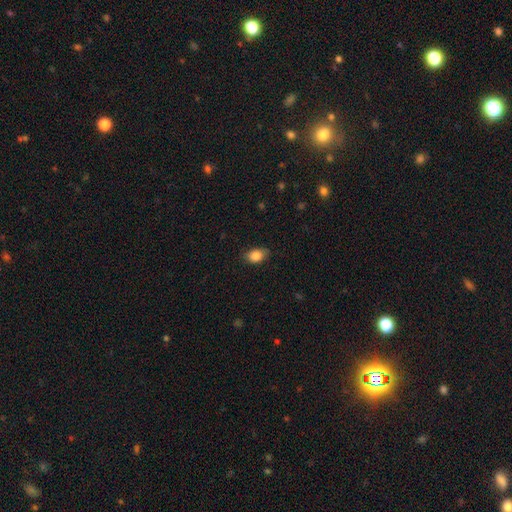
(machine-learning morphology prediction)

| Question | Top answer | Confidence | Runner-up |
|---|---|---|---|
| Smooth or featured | smooth | 85% | star or artifact (8%) |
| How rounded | in between | 80% | round (18%) |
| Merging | none | 79% | minor disturbance (17%) |